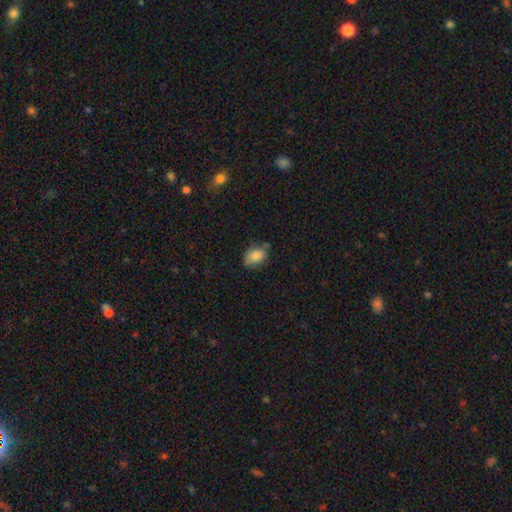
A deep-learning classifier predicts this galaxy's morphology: A smooth galaxy with no disk features (83%) that is in between round and cigar-shaped (83%).

Vote fractions:
- Smooth or featured? smooth: 83% / featured or disk: 9% / star or artifact: 8%
- How rounded? in between: 83% / round: 15% / cigar-shaped: 2%
- Merging? none: 63% / minor disturbance: 28% / major disturbance: 6% / merger: 3%